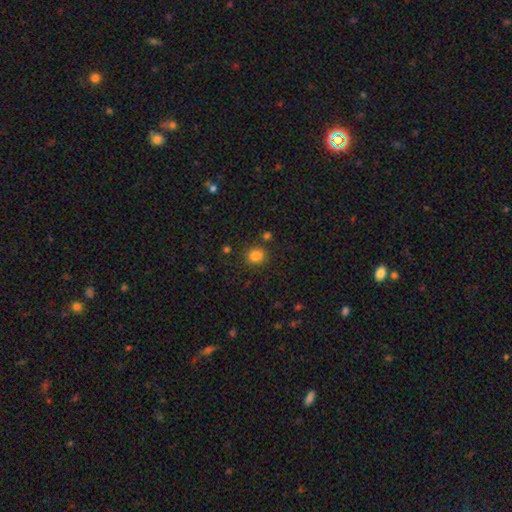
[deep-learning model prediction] Smooth or featured: smooth — 84% (star or artifact — 12%)
How rounded: round — 76% (in between — 23%)
Merging: none — 83% (minor disturbance — 9%)